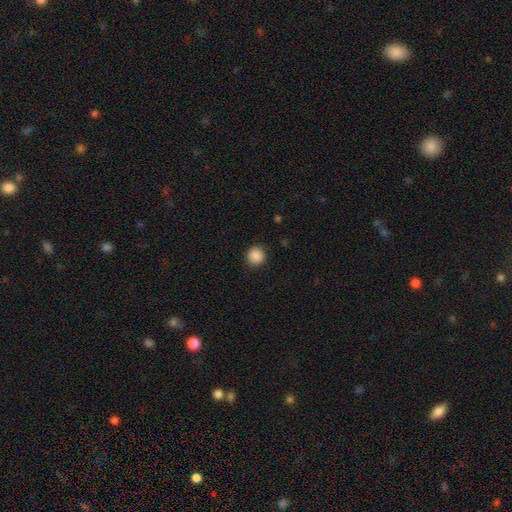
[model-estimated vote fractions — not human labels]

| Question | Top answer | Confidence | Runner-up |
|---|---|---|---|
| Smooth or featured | smooth | 88% | star or artifact (9%) |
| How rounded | round | 89% | in between (10%) |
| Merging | none | 88% | minor disturbance (8%) |